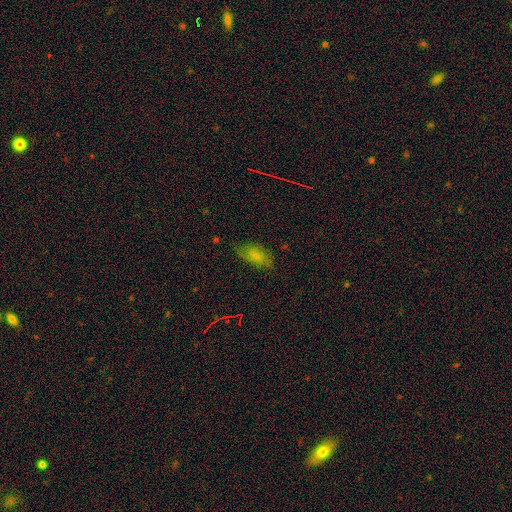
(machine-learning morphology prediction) This is possibly a smooth galaxy (59%). How rounded: clearly in between (90%). Merging: likely none (67%).